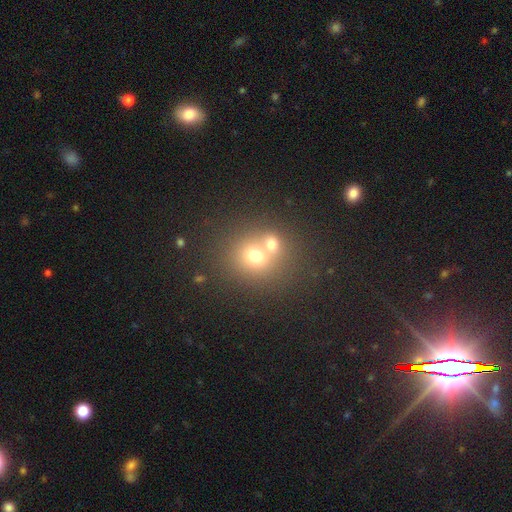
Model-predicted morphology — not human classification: Q: Smooth or featured?
A: smooth (67%); runner-up: featured or disk (17%)
Q: How rounded?
A: round (78%); runner-up: in between (21%)
Q: Merging?
A: merger (52%); runner-up: none (39%)